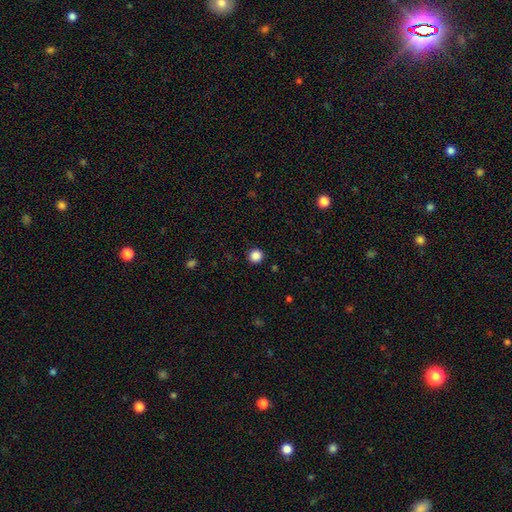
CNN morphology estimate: A smooth galaxy with no disk features (87%) that is round (94%). Merging: none (93%).